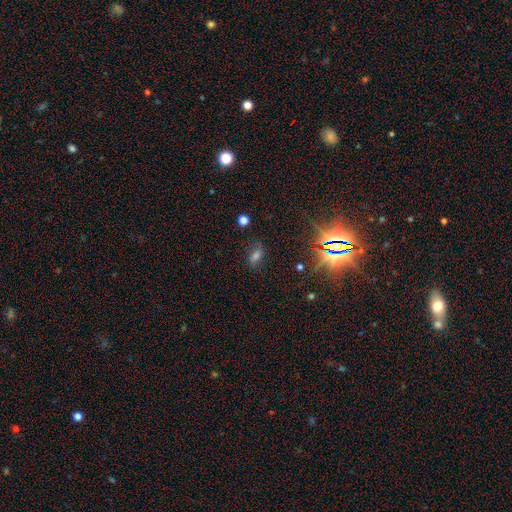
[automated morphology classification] A smooth galaxy with no disk features (48%). Merging: none (70%).